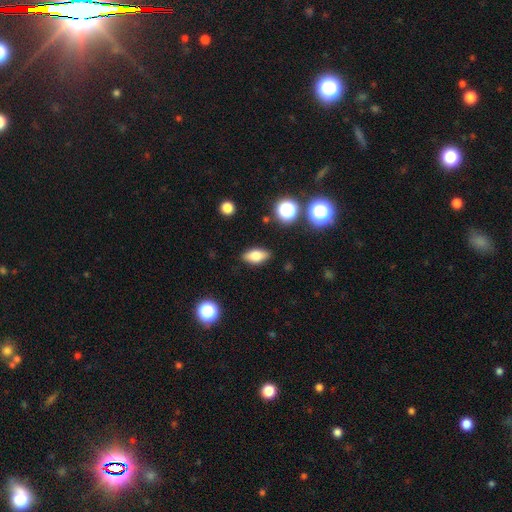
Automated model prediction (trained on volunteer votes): This is likely a smooth galaxy (73%). How rounded: clearly in between (82%). Merging: clearly none (86%).